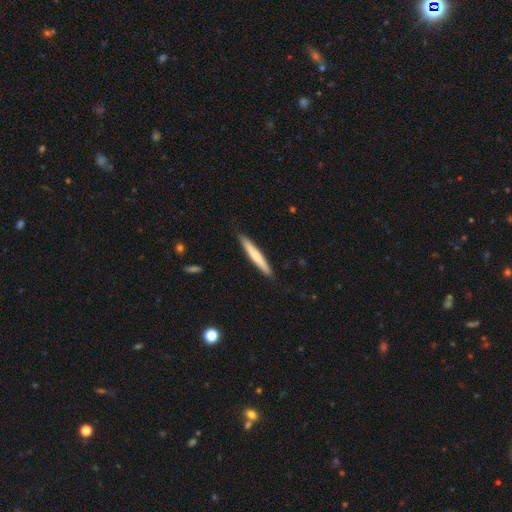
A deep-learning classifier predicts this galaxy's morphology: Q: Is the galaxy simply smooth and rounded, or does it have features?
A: smooth — 64%.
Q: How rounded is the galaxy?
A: cigar-shaped — 95%.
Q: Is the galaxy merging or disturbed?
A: none — 87%.